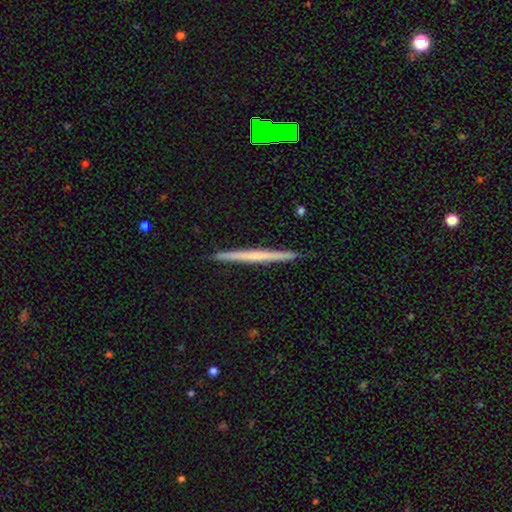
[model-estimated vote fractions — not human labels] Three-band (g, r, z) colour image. It shows a featured or disk galaxy (54%) viewed edge-on (98%) with no central bulge (77%). Merging: none (92%).